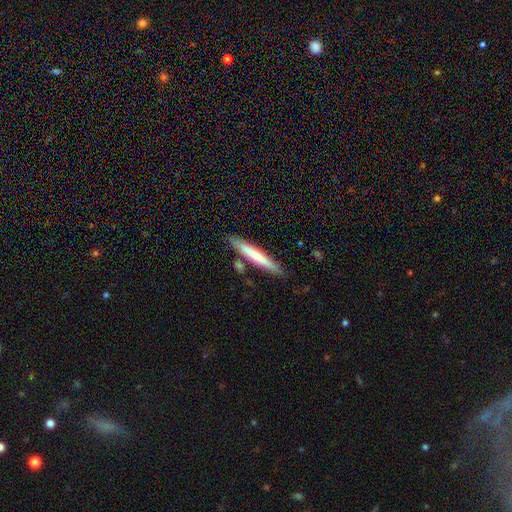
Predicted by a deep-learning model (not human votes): Smooth or featured: smooth — 65% (featured or disk — 29%)
How rounded: cigar-shaped — 95% (in between — 3%)
Merging: none — 82% (minor disturbance — 10%)